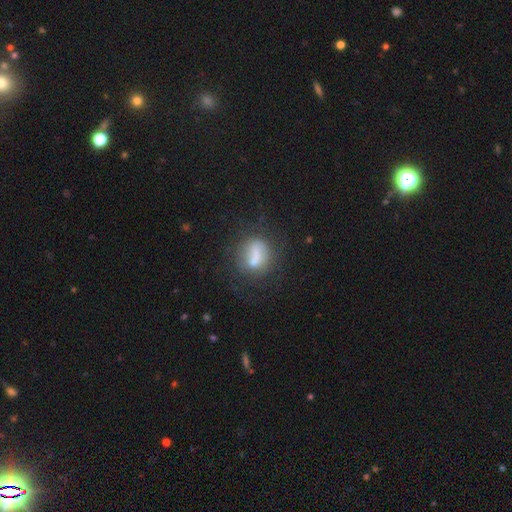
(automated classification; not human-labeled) Smooth or featured? smooth (58%)
How rounded? round (51%)
Merging? none (53%)